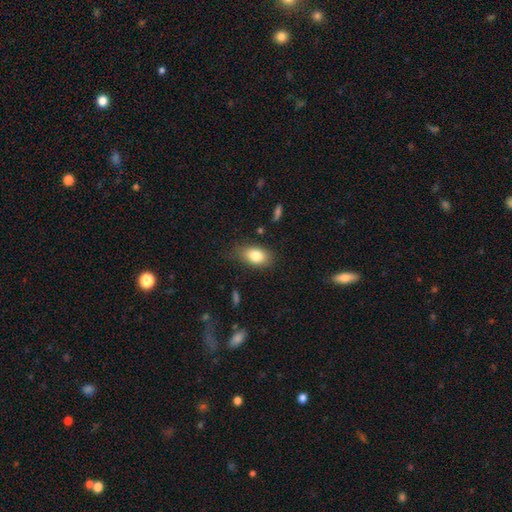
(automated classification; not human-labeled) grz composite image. It shows a smooth galaxy with no disk features (81%) that is in between round and cigar-shaped (87%). Merging: none (74%).